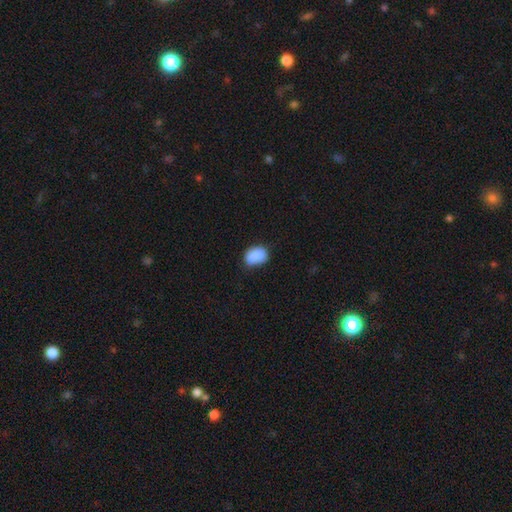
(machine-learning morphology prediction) type=smooth (88%); roundness=in between (77%); merging=none (62%).